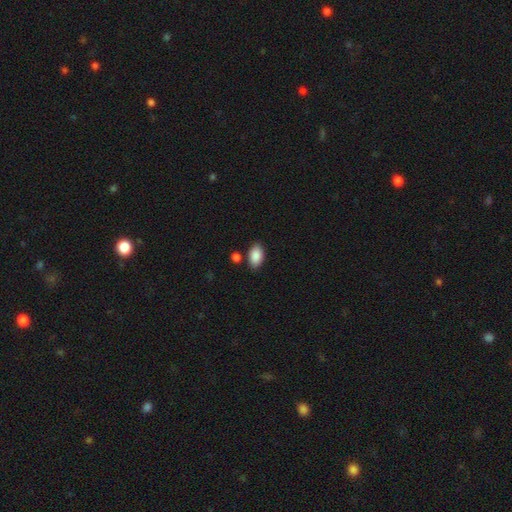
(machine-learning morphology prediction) A smooth galaxy with no disk features (89%) that is in between round and cigar-shaped (92%). Merging: none (80%).